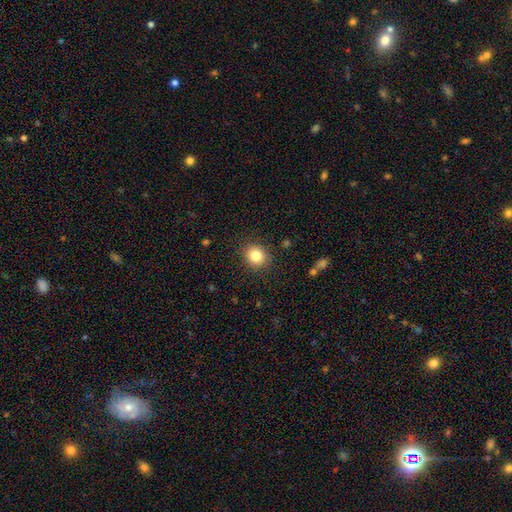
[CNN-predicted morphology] Smooth or featured? smooth (83%)
How rounded? round (75%)
Merging? none (88%)